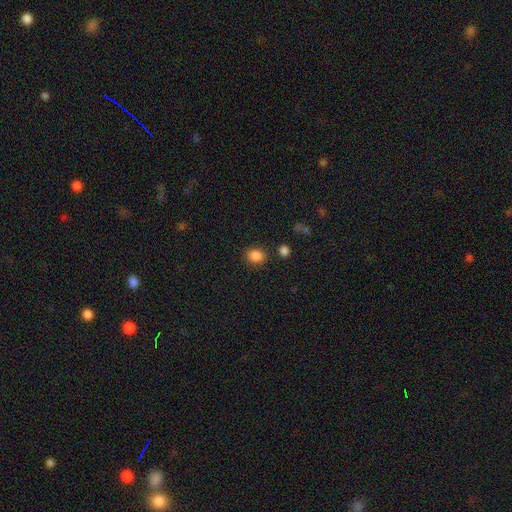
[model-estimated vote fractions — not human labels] Morphology: type=smooth (86%); roundness=round (62%); merging=none (81%).